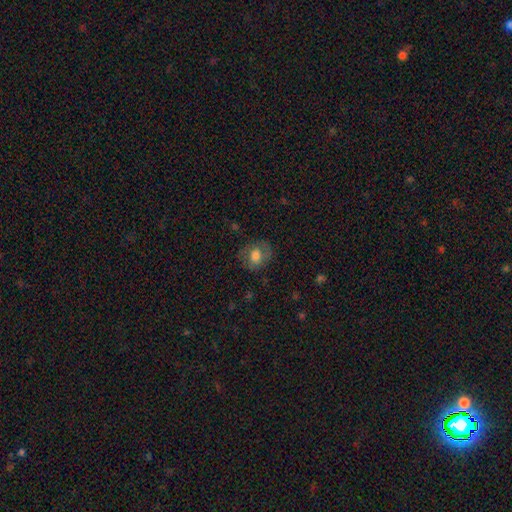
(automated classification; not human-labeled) A smooth galaxy with no disk features (67%) that is round (55%).

Vote fractions:
- Smooth or featured? smooth: 67% / featured or disk: 24% / star or artifact: 9%
- How rounded? round: 55% / in between: 44% / cigar-shaped: 1%
- Merging? none: 72% / minor disturbance: 18% / major disturbance: 9% / merger: 1%